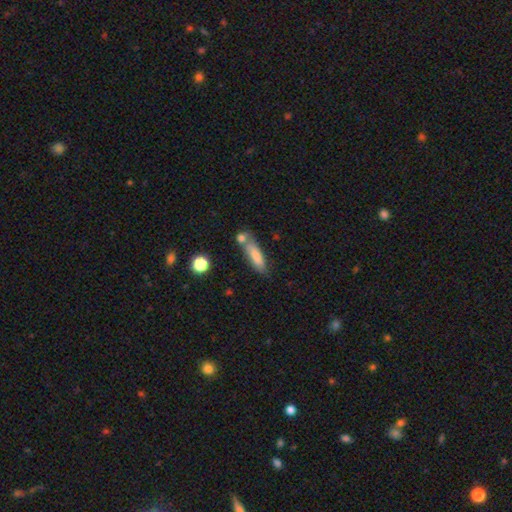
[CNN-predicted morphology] Smooth or featured?
  - smooth: 78% *
  - featured or disk: 15%
  - star or artifact: 7%
How rounded?
  - cigar-shaped: 59% *
  - in between: 38%
  - round: 2%
Merging?
  - none: 54% *
  - merger: 23%
  - minor disturbance: 17%
  - major disturbance: 5%